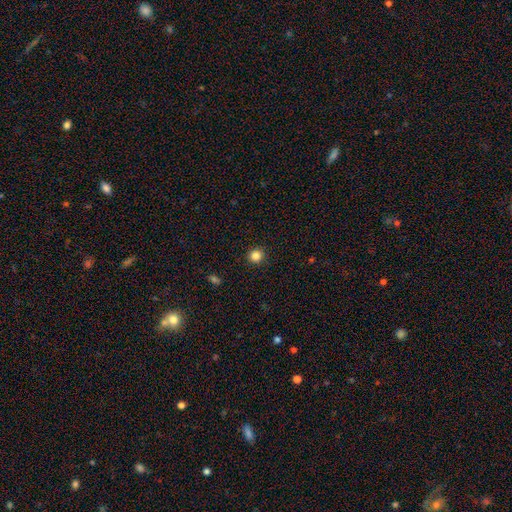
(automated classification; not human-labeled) The model was most divided on "smooth or featured": smooth: 84%, star or artifact: 12%, featured or disk: 4%. More confident: how rounded — round (93%); merging — none (92%).